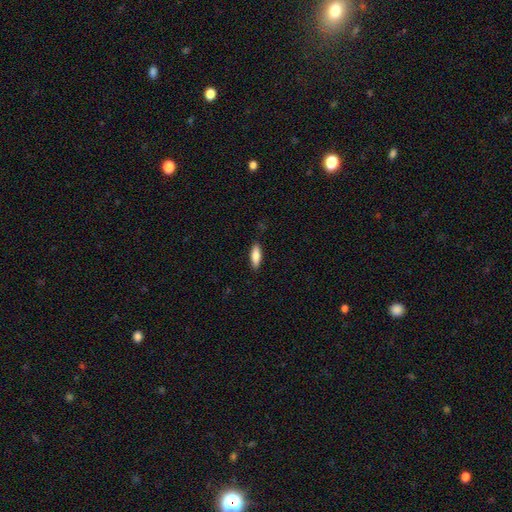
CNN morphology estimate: This is clearly a smooth galaxy (81%). How rounded: likely in between (61%). Merging: clearly none (87%).